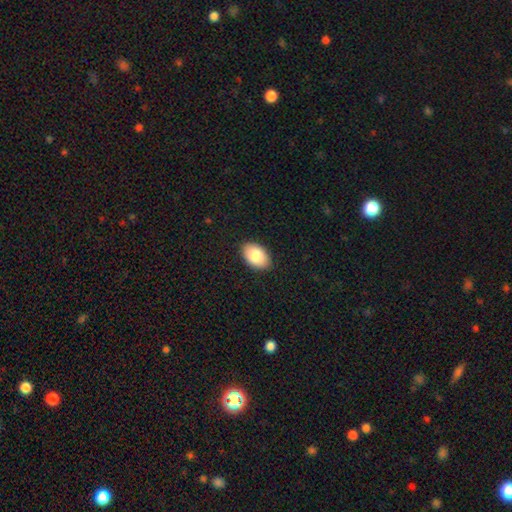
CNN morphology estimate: smooth 86%, featured or disk 8%, star or artifact 6%. Down the decision tree: how rounded — in between (91%); merging — none (89%).